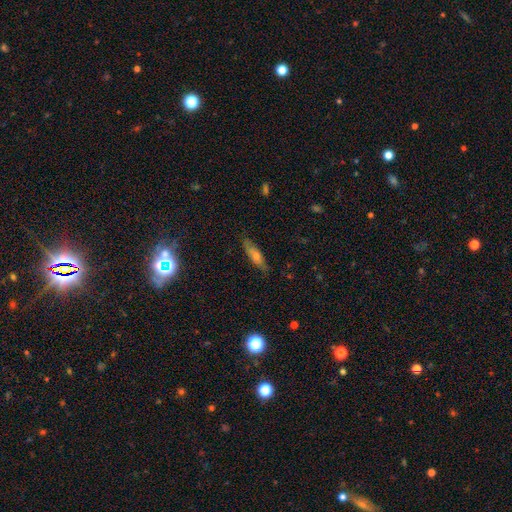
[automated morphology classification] A smooth galaxy with no disk features (48%).

Vote fractions:
- Smooth or featured? smooth: 48% / featured or disk: 38% / star or artifact: 13%
- Merging? none: 81% / minor disturbance: 15% / major disturbance: 3% / merger: 1%